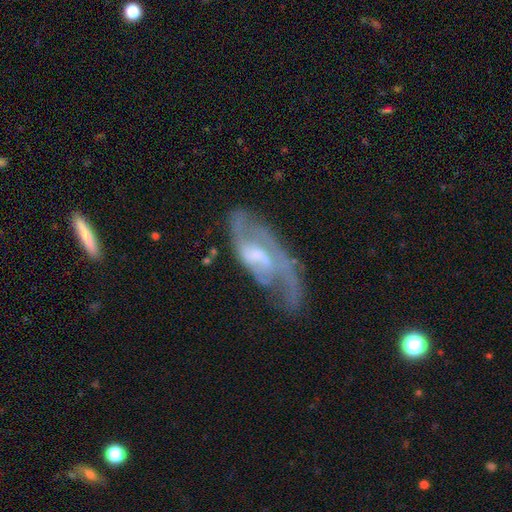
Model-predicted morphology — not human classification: Smooth or featured?
  - featured or disk: 76% *
  - smooth: 17%
  - star or artifact: 7%
Edge-on disk?
  - no: 90% *
  - yes: 10%
Bar?
  - weak: 48% *
  - no: 39%
  - strong: 13%
Spiral arms?
  - yes: 81% *
  - no: 19%
Spiral winding?
  - medium: 44% *
  - loose: 29%
  - tight: 27%
Spiral arm count?
  - 2: 44% *
  - 1: 24%
  - can't tell: 24%
  - 3: 5%
  - 4: 2%
  - more than 4: 2%
Bulge size?
  - moderate: 40% *
  - small: 34%
  - none: 17%
  - large: 7%
  - dominant: 1%
Merging?
  - none: 46% *
  - major disturbance: 26%
  - minor disturbance: 24%
  - merger: 4%